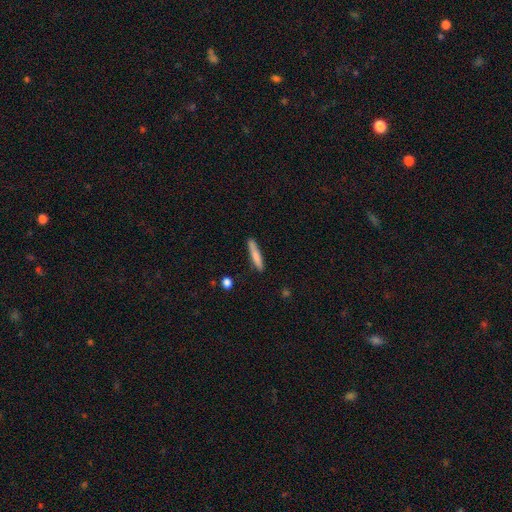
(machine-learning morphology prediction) Overall: smooth (77%). How rounded: cigar-shaped (92%). Merging: none (84%).